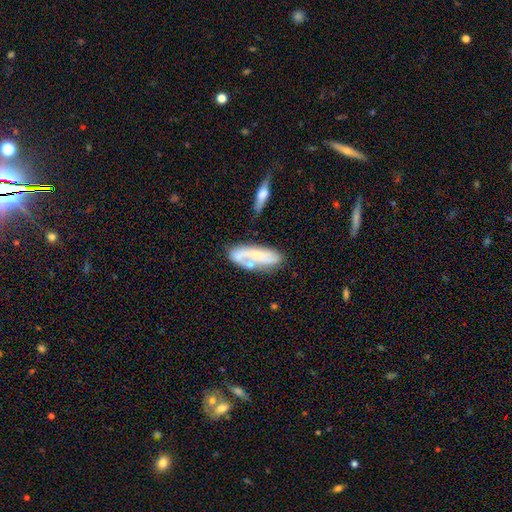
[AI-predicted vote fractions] Q: Smooth or featured?
A: featured or disk (55%); runner-up: smooth (38%)
Q: Edge-on disk?
A: no (83%); runner-up: yes (17%)
Q: Merging?
A: none (47%); runner-up: minor disturbance (22%)